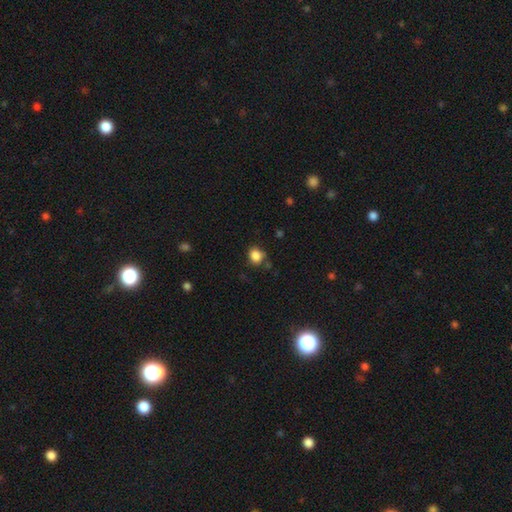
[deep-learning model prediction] This is clearly a smooth galaxy (85%). How rounded: likely round (63%). Merging: likely none (70%).